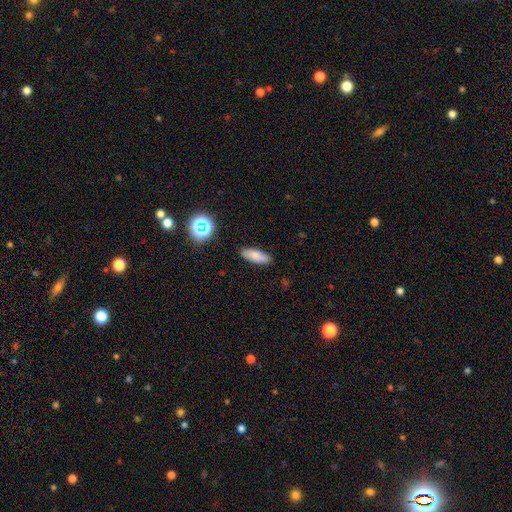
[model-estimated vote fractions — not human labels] smooth_or_featured: smooth (p=0.79) [alt: featured or disk p=0.11]
how_rounded: in between (p=0.68) [alt: cigar-shaped p=0.29]
merging: none (p=0.87) [alt: minor disturbance p=0.10]